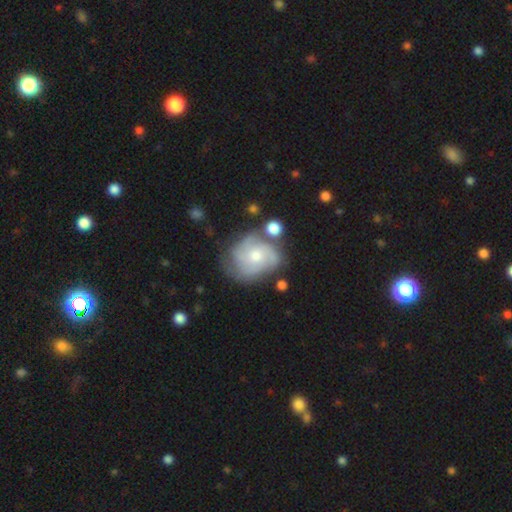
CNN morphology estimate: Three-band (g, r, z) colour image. It shows a featured or disk galaxy (77%) with no bar (74%), 3 (41%) tight (49%) spiral arms (93%) and a moderate central bulge (55%). Merging: none (63%).